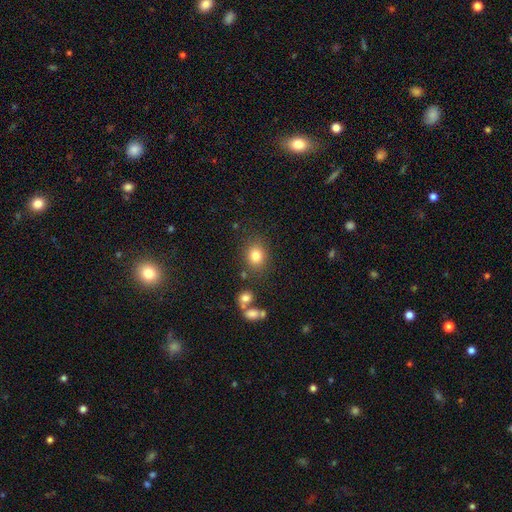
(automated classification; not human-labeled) Smooth or featured?
  - smooth: 81% *
  - star or artifact: 12%
  - featured or disk: 8%
How rounded?
  - round: 66% *
  - in between: 33%
  - cigar-shaped: 1%
Merging?
  - none: 79% *
  - minor disturbance: 11%
  - merger: 5%
  - major disturbance: 4%